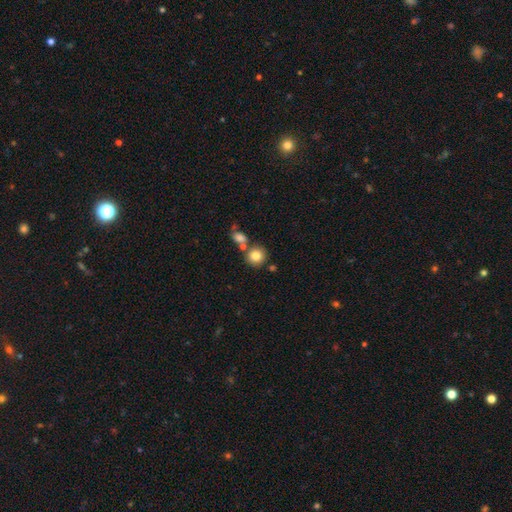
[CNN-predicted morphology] smooth 81%, star or artifact 10%, featured or disk 9%. Down the decision tree: how rounded — round (89%); merging — none (68%).